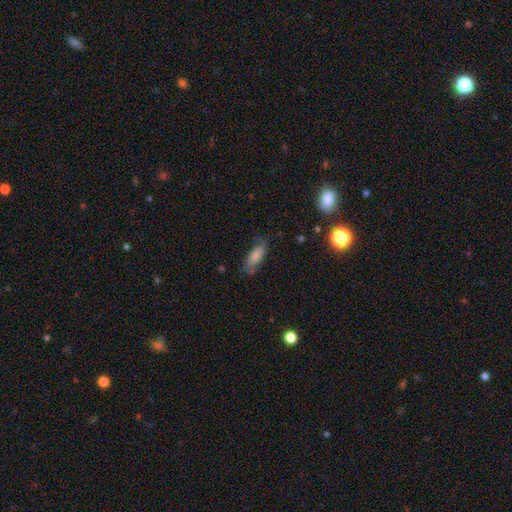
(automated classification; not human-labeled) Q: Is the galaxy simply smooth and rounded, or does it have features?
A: smooth — 74%.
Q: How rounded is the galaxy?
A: in between — 76%.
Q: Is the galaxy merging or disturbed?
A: none — 65%.